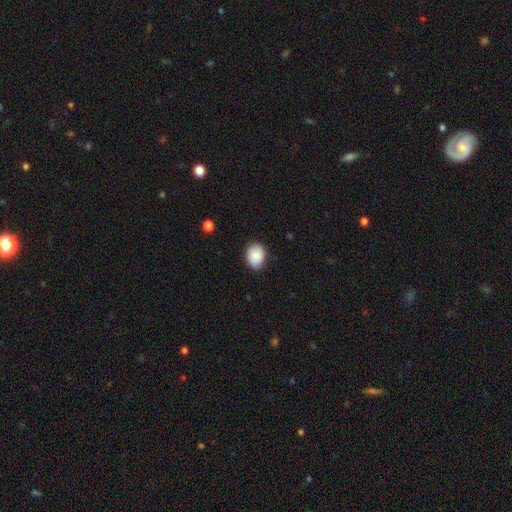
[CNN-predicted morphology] Smooth or featured? Predicted: smooth (p=0.85). How rounded? Predicted: in between (p=0.60). Merging? Predicted: none (p=0.81).